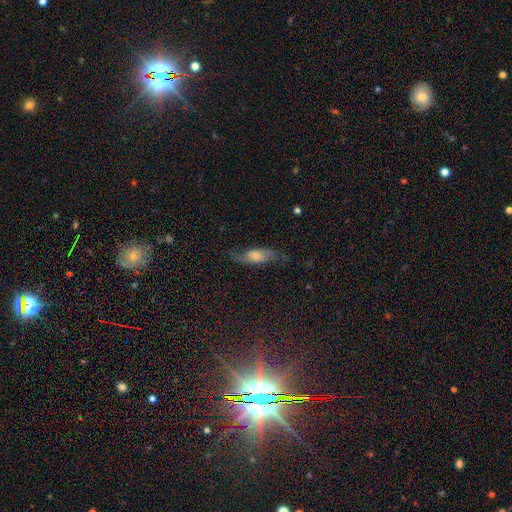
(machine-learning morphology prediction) Smooth or featured? featured or disk (55%)
Edge-on disk? no (72%)
Merging? none (68%)